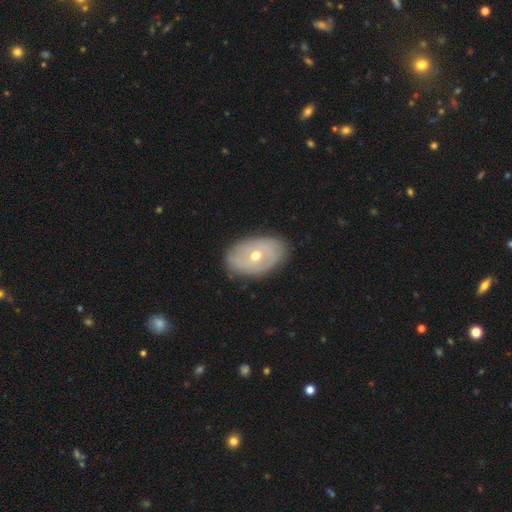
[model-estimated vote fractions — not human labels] Smooth or featured? featured or disk (54%)
Edge-on disk? no (91%)
Merging? none (80%)